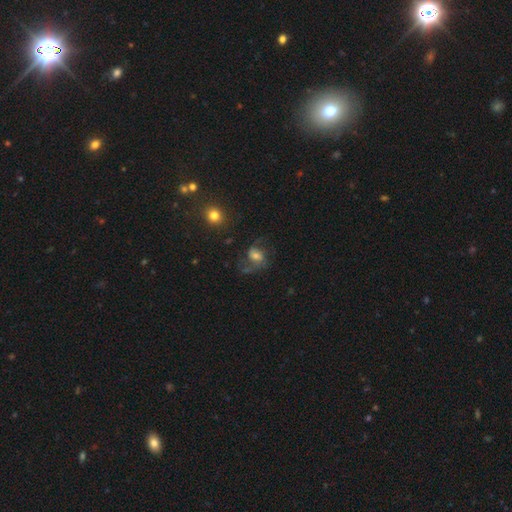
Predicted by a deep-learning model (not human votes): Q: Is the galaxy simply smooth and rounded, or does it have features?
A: featured or disk — 59%.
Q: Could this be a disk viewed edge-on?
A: no — 97%.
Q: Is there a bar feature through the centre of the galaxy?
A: no — 48%.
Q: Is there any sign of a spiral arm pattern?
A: yes — 87%.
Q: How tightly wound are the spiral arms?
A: loose — 47%.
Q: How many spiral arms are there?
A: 2 — 75%.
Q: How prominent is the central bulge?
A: moderate — 51%.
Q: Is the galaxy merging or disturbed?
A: none — 46%.